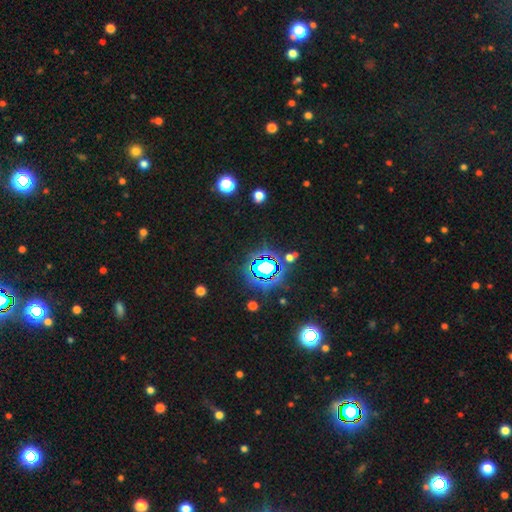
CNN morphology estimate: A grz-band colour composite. It shows a star or artifact, not a galaxy (73%).